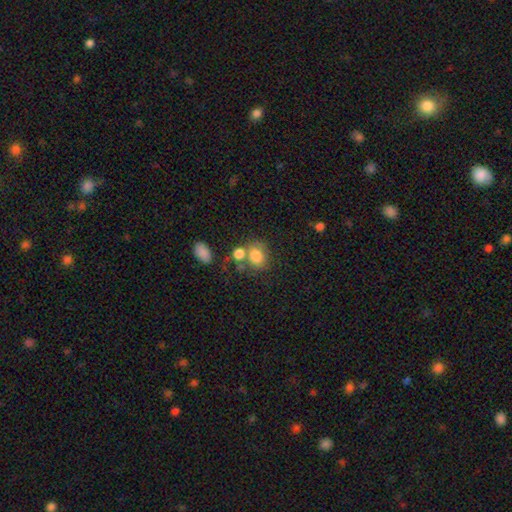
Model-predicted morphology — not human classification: This appears to be a smooth galaxy with no disk features (79%) that is round (51%). Merging: none (47%).